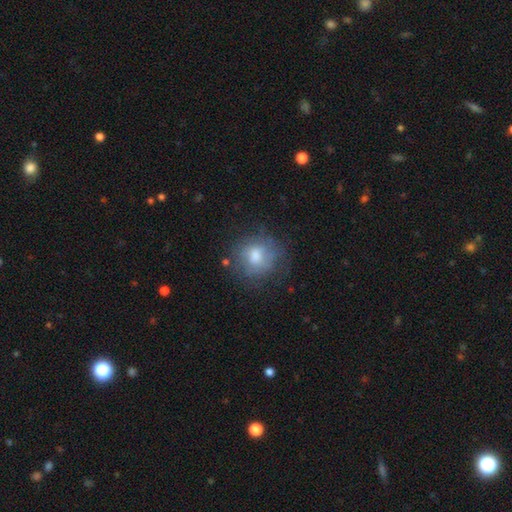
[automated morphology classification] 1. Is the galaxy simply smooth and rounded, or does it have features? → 63% smooth, 26% featured or disk, 10% star or artifact.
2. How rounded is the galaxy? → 81% round, 18% in between, 1% cigar-shaped.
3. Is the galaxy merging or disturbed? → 68% none, 20% minor disturbance, 10% major disturbance, 2% merger.